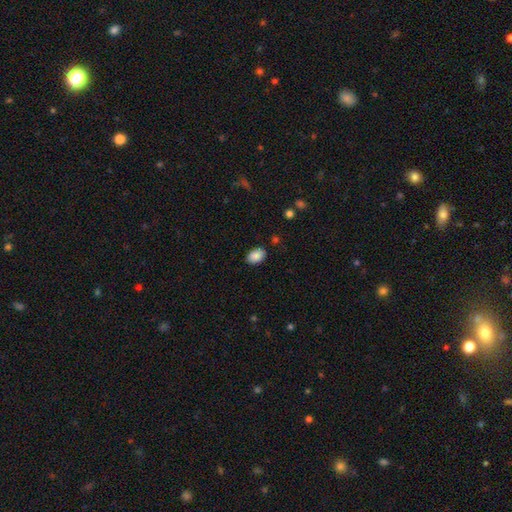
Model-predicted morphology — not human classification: smooth 88%, star or artifact 8%, featured or disk 4%. Down the decision tree: how rounded — in between (87%); merging — none (85%).